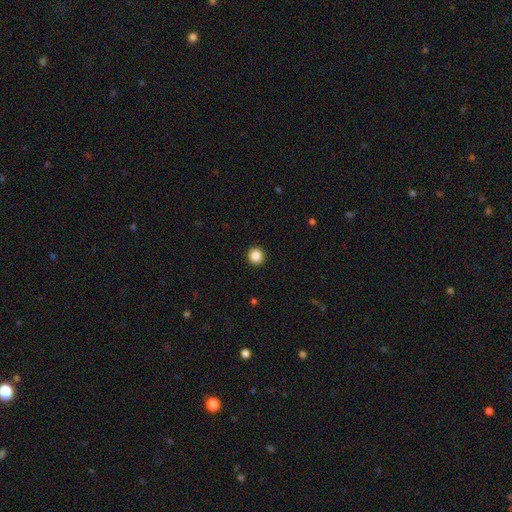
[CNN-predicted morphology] Smooth or featured: smooth — 87% (star or artifact — 10%)
How rounded: round — 95% (in between — 4%)
Merging: none — 93% (minor disturbance — 4%)